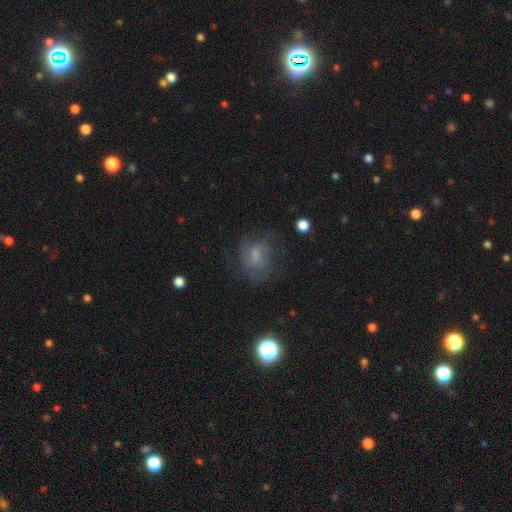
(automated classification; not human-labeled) This appears to be a featured or disk galaxy (47%). Merging: none (58%).